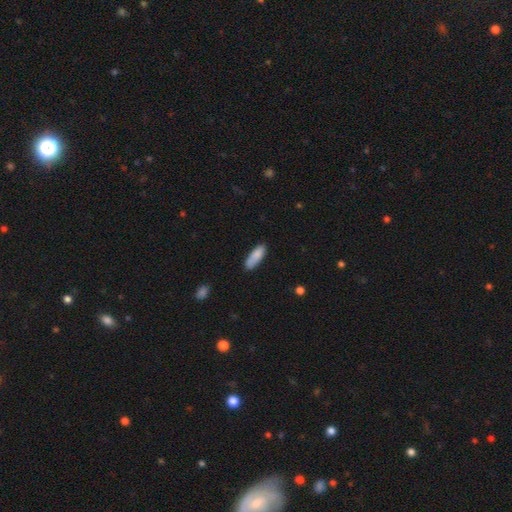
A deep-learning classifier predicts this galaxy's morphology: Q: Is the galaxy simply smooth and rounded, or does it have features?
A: smooth — 86%.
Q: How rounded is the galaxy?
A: in between — 57%.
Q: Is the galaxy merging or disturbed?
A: none — 74%.